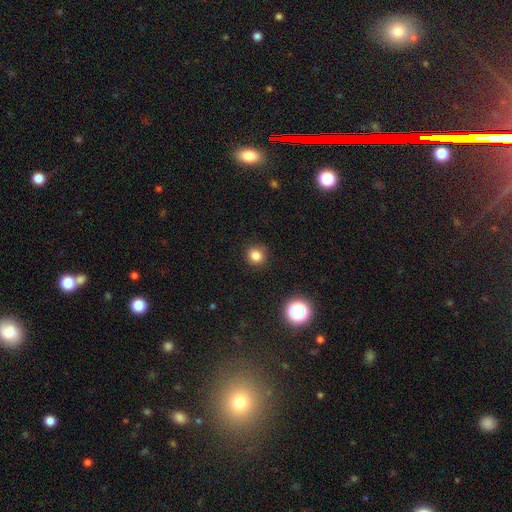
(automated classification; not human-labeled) A smooth galaxy with no disk features (82%) that is round (87%).

Vote fractions:
- Smooth or featured? smooth: 82% / star or artifact: 13% / featured or disk: 5%
- How rounded? round: 87% / in between: 12% / cigar-shaped: 1%
- Merging? none: 88% / minor disturbance: 9% / major disturbance: 3% / merger: 1%